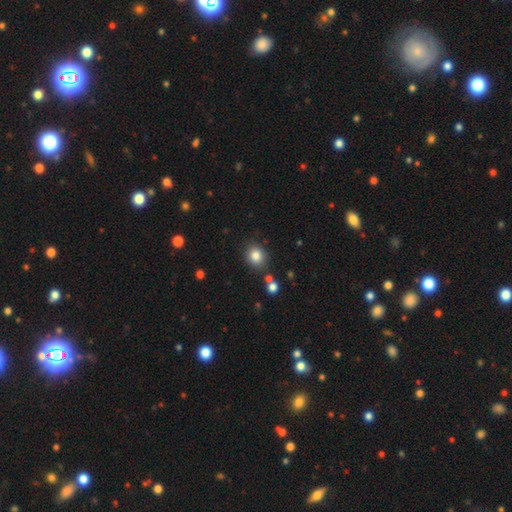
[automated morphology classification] Overall: smooth (83%). How rounded: round (75%). Merging: none (82%).